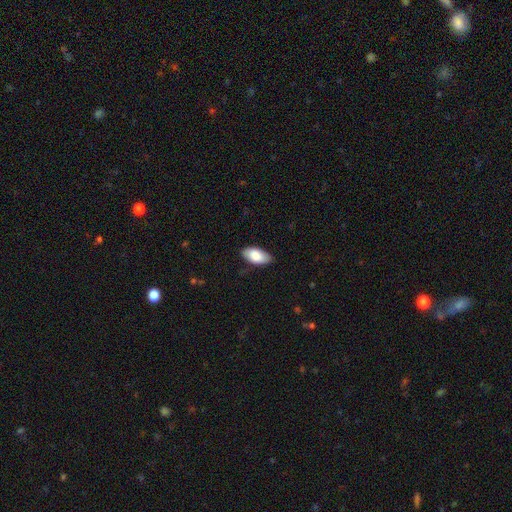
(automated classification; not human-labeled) Smooth or featured? Predicted: smooth (p=0.84). How rounded? Predicted: in between (p=0.94). Merging? Predicted: none (p=0.81).